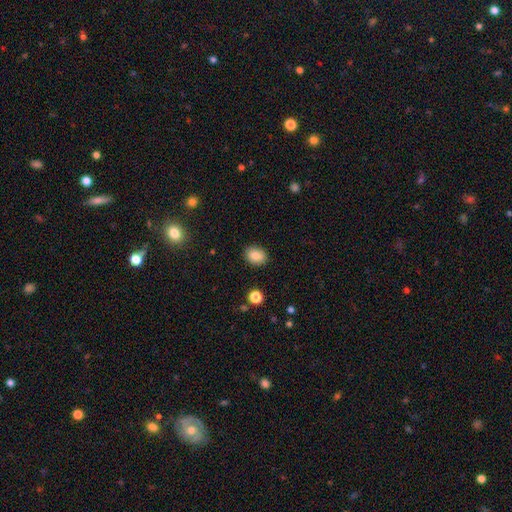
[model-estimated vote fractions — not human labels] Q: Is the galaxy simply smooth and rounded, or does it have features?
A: smooth — 85%.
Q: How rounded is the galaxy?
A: in between — 63%.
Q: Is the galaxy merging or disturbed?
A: none — 89%.